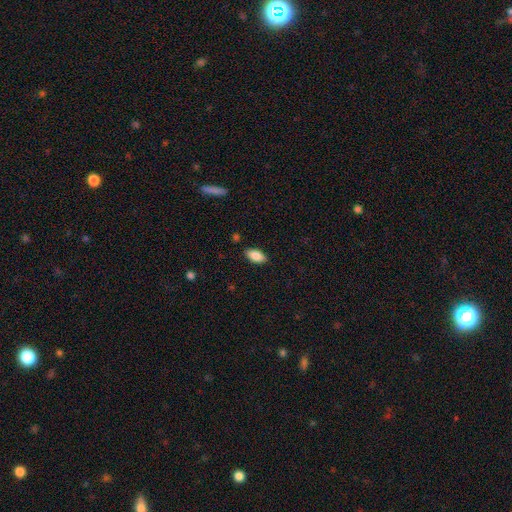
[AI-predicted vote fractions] This appears to be a smooth galaxy with no disk features (86%) that is in between round and cigar-shaped (91%). Merging: none (86%).